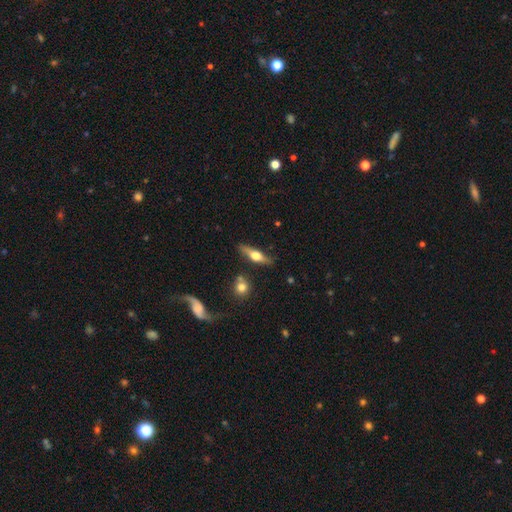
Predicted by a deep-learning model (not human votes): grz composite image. It shows a featured or disk galaxy (58%) viewed edge-on (90%) with a rounded central bulge (93%). Merging: none (78%).